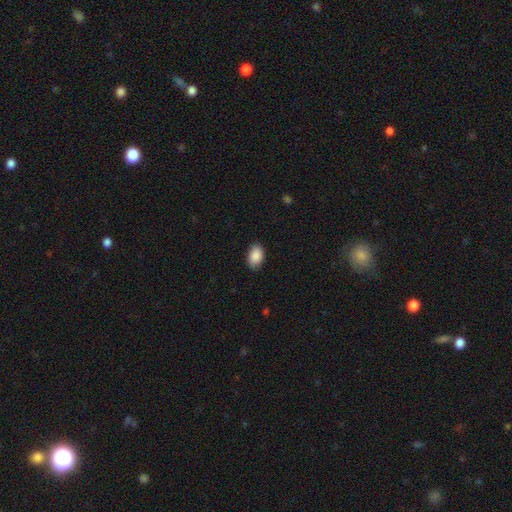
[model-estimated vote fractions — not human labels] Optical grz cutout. It shows a smooth galaxy with no disk features (90%) that is in between round and cigar-shaped (89%). Merging: none (86%).